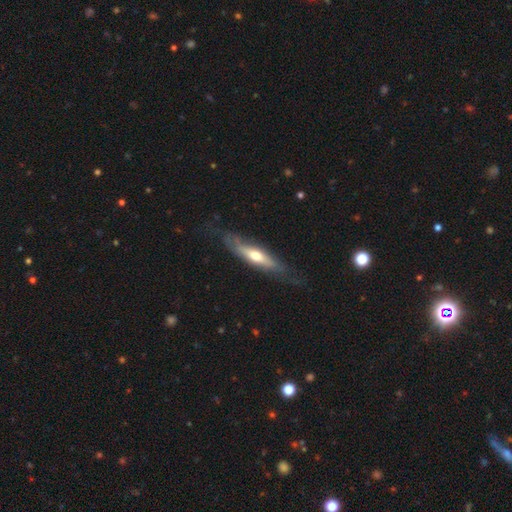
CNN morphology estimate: Smooth or featured?
  - featured or disk: 57% *
  - smooth: 38%
  - star or artifact: 5%
Edge-on disk?
  - yes: 70% *
  - no: 30%
Merging?
  - none: 64% *
  - minor disturbance: 23%
  - major disturbance: 11%
  - merger: 2%